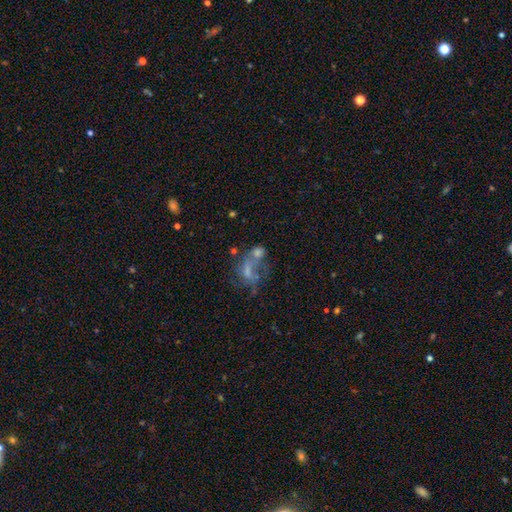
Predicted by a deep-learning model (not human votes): Smooth or featured? Predicted: featured or disk (p=0.47). Merging? Predicted: merger (p=0.40).